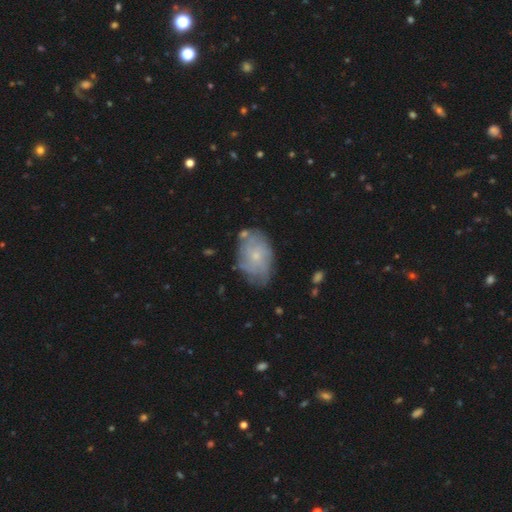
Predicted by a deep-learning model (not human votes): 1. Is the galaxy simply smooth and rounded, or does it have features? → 53% featured or disk, 39% smooth, 7% star or artifact.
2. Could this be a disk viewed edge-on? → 96% no, 4% yes.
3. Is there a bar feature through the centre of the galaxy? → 85% no, 14% weak, 2% strong.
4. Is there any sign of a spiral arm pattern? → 62% yes, 38% no.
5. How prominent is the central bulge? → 76% small, 19% moderate, 3% none, 1% large, 1% dominant.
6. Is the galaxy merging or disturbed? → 66% none, 24% minor disturbance, 7% major disturbance, 4% merger.